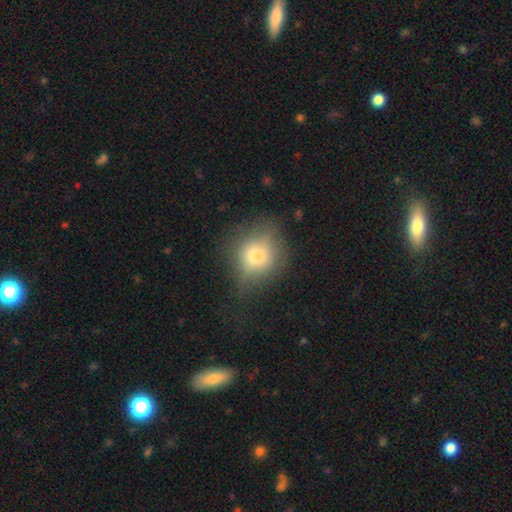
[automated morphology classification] Smooth or featured? Predicted: smooth (p=0.69). How rounded? Predicted: round (p=0.68). Merging? Predicted: none (p=0.57).